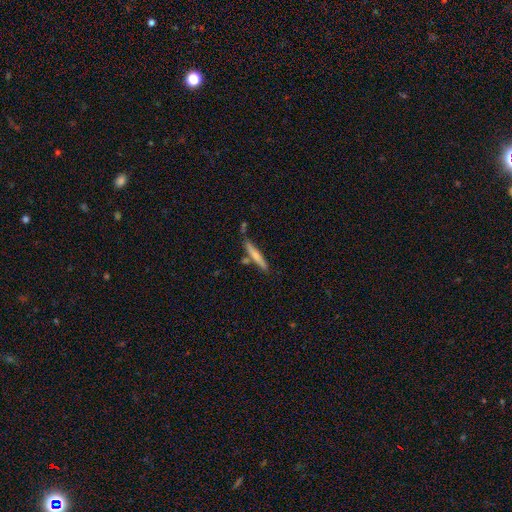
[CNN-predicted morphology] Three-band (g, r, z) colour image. It shows a smooth galaxy with no disk features (59%) that is cigar-shaped (93%). Merging: none (74%).